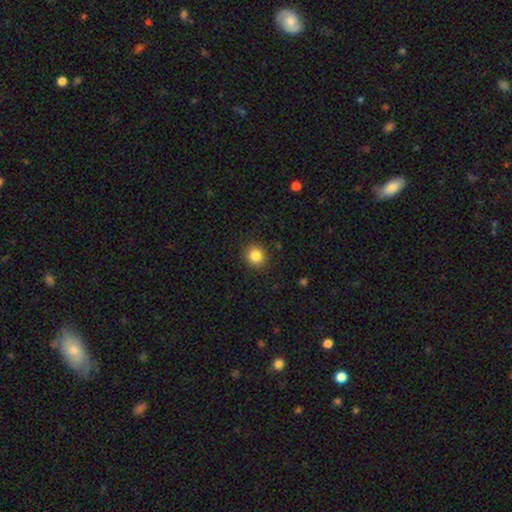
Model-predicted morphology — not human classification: Q: Smooth or featured?
A: smooth (85%); runner-up: star or artifact (10%)
Q: How rounded?
A: round (89%); runner-up: in between (10%)
Q: Merging?
A: none (91%); runner-up: minor disturbance (6%)